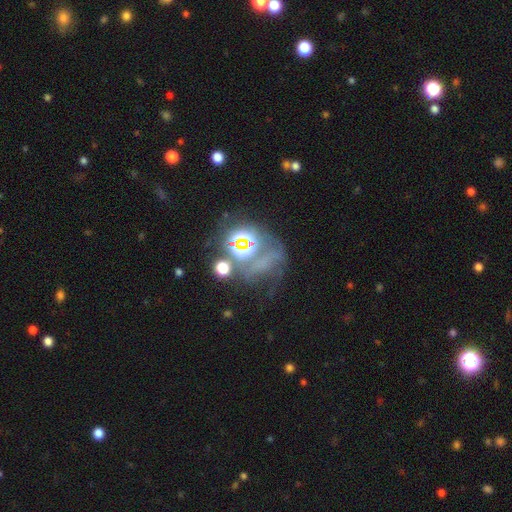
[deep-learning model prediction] smooth-or-featured: star or artifact: 69% | smooth: 17% | featured or disk: 15%